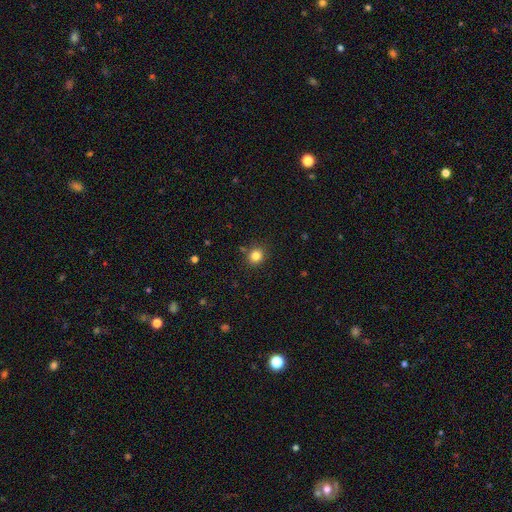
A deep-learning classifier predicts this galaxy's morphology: Overall: smooth (83%). How rounded: round (87%). Merging: none (86%).